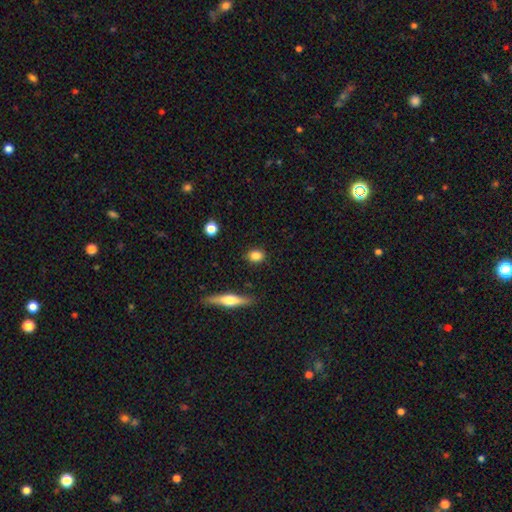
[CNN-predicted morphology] Smooth or featured: smooth — 84% (featured or disk — 8%)
How rounded: round — 51% (in between — 45%)
Merging: none — 87% (minor disturbance — 9%)